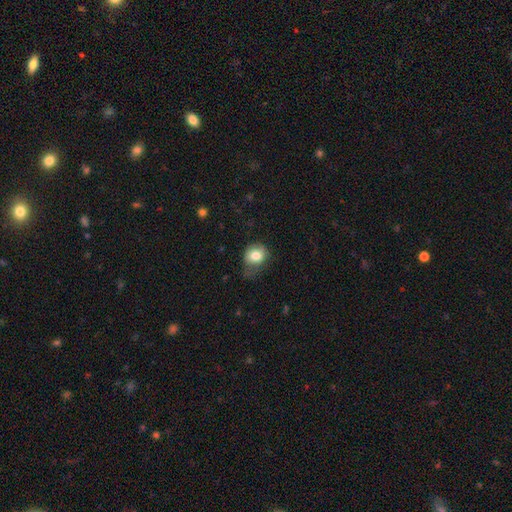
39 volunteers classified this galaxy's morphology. A smooth galaxy with no disk features (77%) that is round (70%). Merging: none (42%).